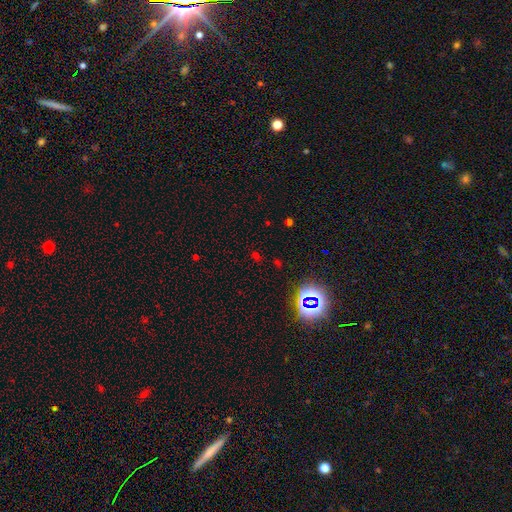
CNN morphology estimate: Smooth or featured? Predicted: star or artifact (p=0.66).